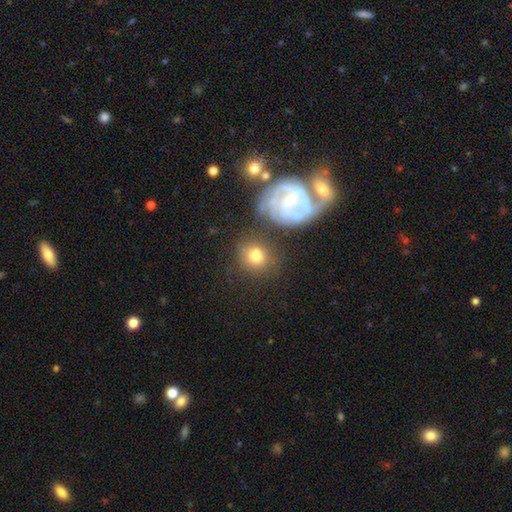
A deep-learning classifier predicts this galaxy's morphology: type=smooth (66%); roundness=round (83%); merging=none (70%).